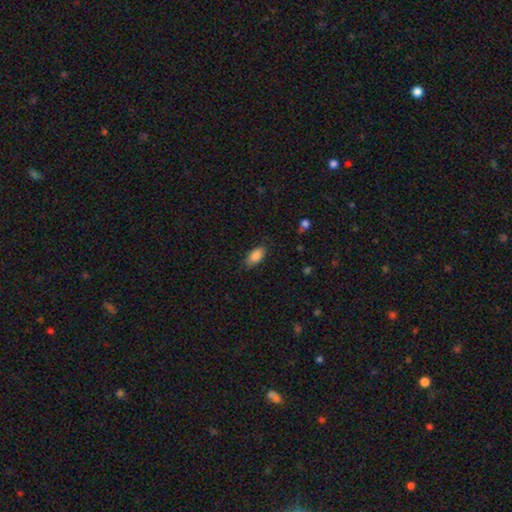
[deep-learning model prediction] The model was most divided on "merging": none: 79%, minor disturbance: 17%, major disturbance: 3%, merger: 1%. More confident: how rounded — in between (91%); smooth or featured — smooth (87%).